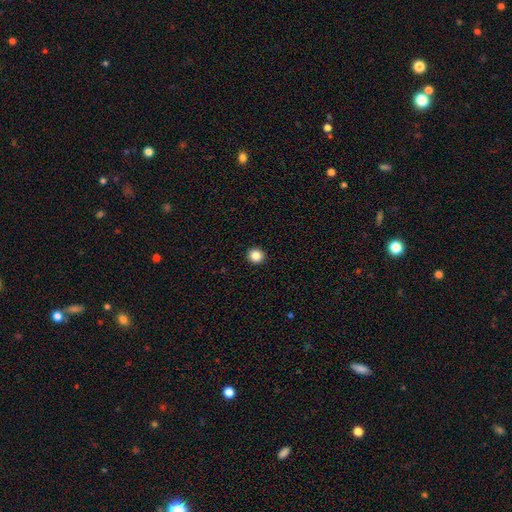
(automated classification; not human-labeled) This appears to be a smooth galaxy with no disk features (86%) that is round (93%). Merging: none (94%).